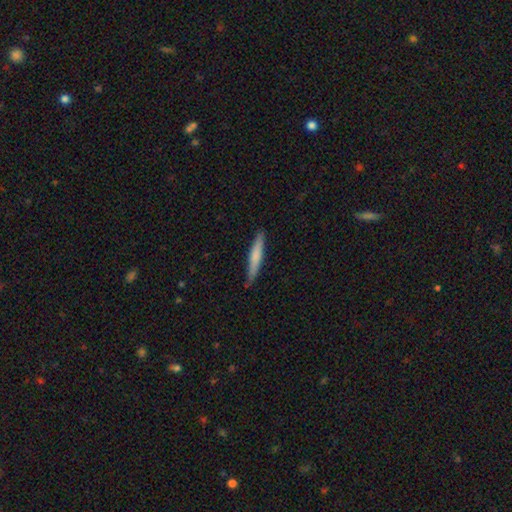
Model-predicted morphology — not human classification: Smooth or featured? smooth (67%)
How rounded? cigar-shaped (94%)
Merging? none (87%)